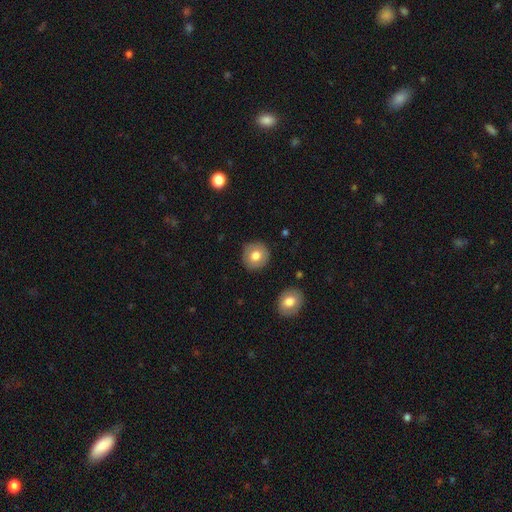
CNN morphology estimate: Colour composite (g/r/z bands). It shows a smooth galaxy with no disk features (76%) that is round (91%). Merging: none (89%).